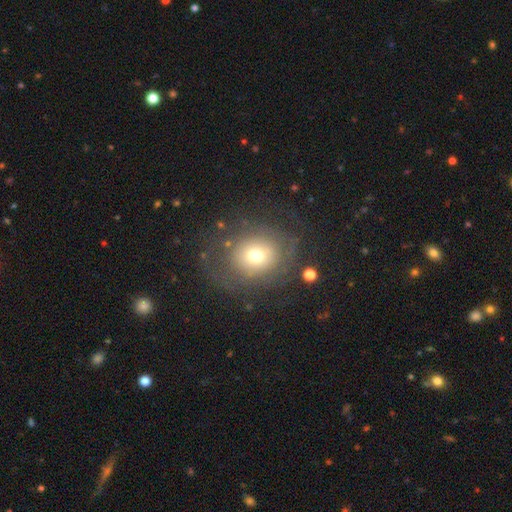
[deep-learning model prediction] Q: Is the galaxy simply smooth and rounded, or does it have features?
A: smooth — 56%.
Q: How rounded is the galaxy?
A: round — 73%.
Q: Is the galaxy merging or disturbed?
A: none — 66%.